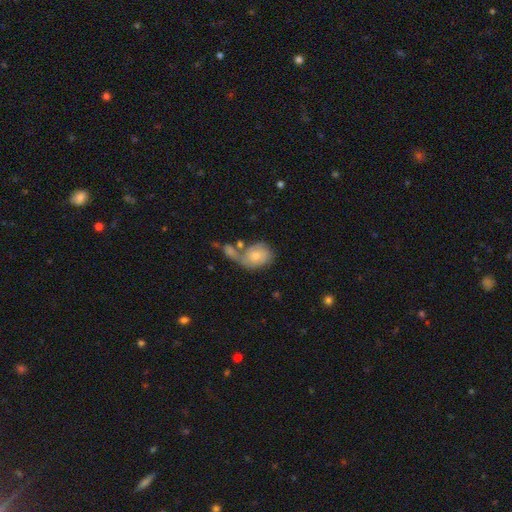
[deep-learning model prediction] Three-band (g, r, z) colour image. It shows a smooth galaxy with no disk features (55%) that is in between round and cigar-shaped (54%). Merging: merger (40%).